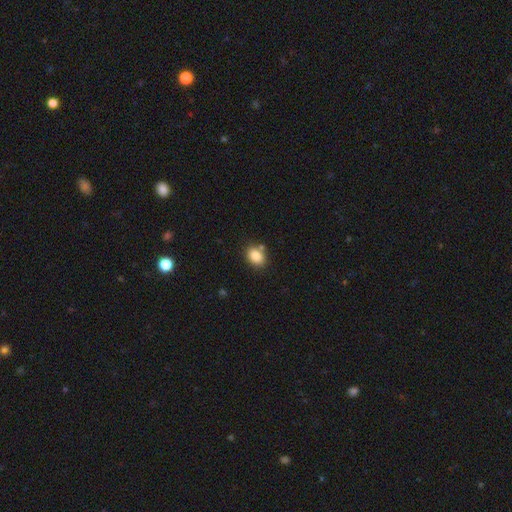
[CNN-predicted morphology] Q: Smooth or featured?
A: smooth (86%); runner-up: star or artifact (9%)
Q: How rounded?
A: in between (72%); runner-up: round (26%)
Q: Merging?
A: none (76%); runner-up: minor disturbance (12%)